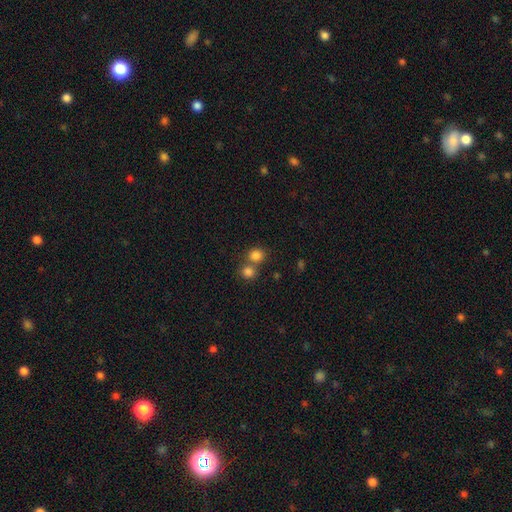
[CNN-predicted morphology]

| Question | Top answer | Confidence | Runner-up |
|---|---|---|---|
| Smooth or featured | smooth | 82% | star or artifact (12%) |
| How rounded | round | 81% | in between (18%) |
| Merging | none | 52% | merger (38%) |